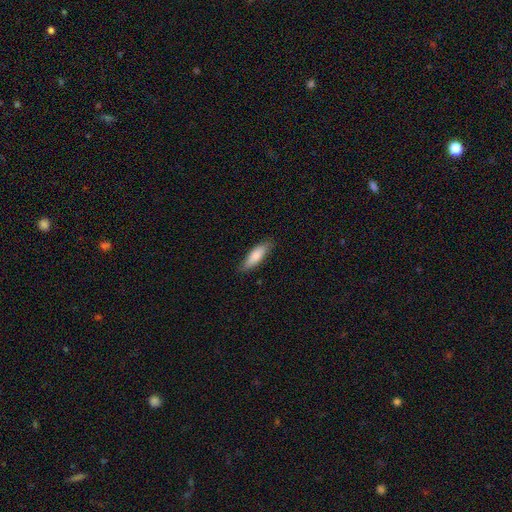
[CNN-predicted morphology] The model was most divided on "how rounded": cigar-shaped: 54%, in between: 44%, round: 2%. More confident: merging — none (83%); smooth or featured — smooth (80%).